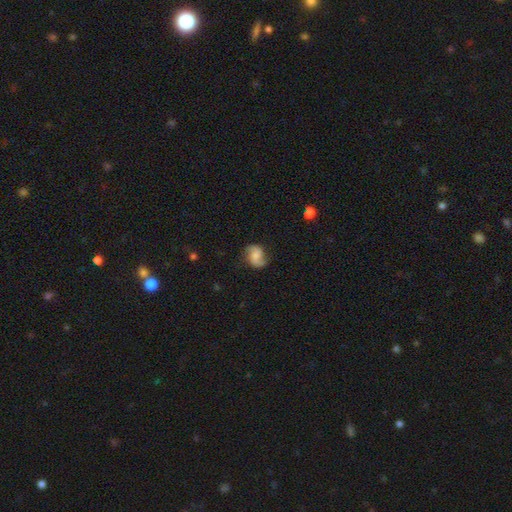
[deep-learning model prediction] A featured or disk galaxy (74%) with no bar (57%), 2 (90%) medium (46%) spiral arms (96%) and a moderate central bulge (42%).

Vote fractions:
- Smooth or featured? featured or disk: 74% / smooth: 19% / star or artifact: 7%
- Edge-on disk? no: 98% / yes: 2%
- Bar? no: 57% / weak: 36% / strong: 7%
- Spiral arms? yes: 96% / no: 4%
- Spiral winding? medium: 46% / loose: 37% / tight: 17%
- Spiral arm count? 2: 90% / can't tell: 3% / 1: 3% / 3: 1% / 4: 1% / more than 4: 1%
- Bulge size? moderate: 42% / small: 30% / none: 17% / large: 9% / dominant: 2%
- Merging? none: 76% / minor disturbance: 17% / major disturbance: 6% / merger: 1%